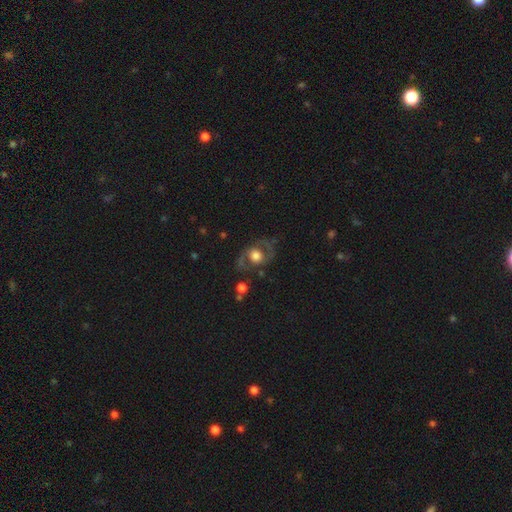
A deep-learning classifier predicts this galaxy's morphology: A featured or disk galaxy (56%) with no bar (80%), spiral arms (51%) and a large central bulge (57%).

Vote fractions:
- Smooth or featured? featured or disk: 56% / smooth: 36% / star or artifact: 8%
- Edge-on disk? no: 94% / yes: 6%
- Bar? no: 80% / weak: 16% / strong: 4%
- Spiral arms? yes: 51% / no: 49%
- Bulge size? large: 57% / moderate: 26% / dominant: 11% / small: 4% / none: 2%
- Merging? none: 65% / minor disturbance: 17% / major disturbance: 15% / merger: 3%